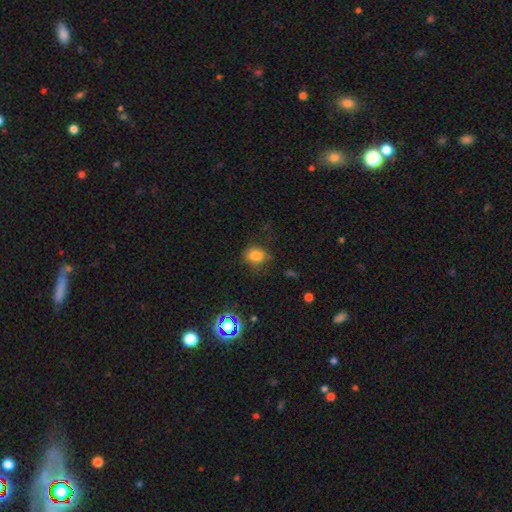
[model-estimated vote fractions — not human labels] smooth-or-featured: smooth: 80% | star or artifact: 14% | featured or disk: 6%
  how-rounded: round: 56% | in between: 43% | cigar-shaped: 1%
  merging: none: 73% | minor disturbance: 19% | major disturbance: 6% | merger: 2%